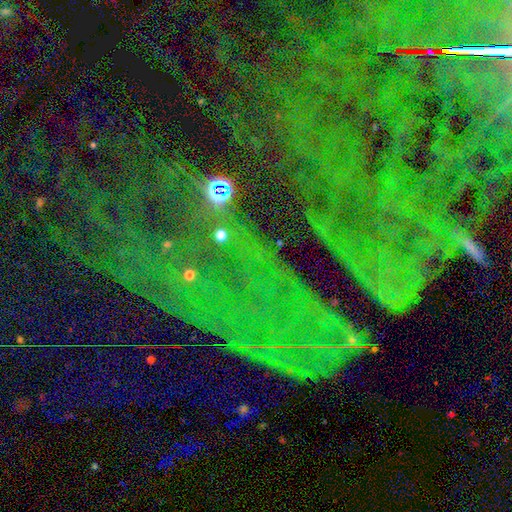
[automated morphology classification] smooth-or-featured: star or artifact: 82% | featured or disk: 10% | smooth: 8%